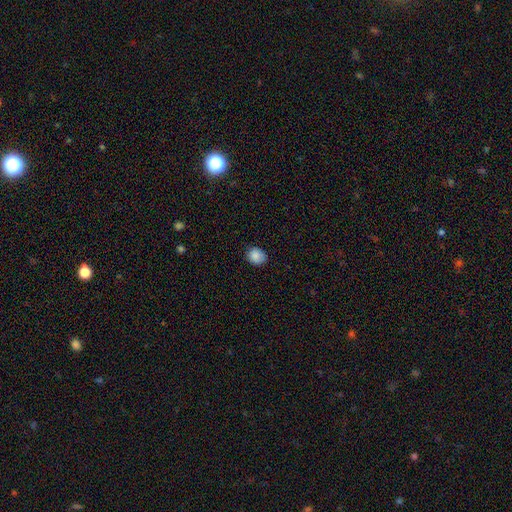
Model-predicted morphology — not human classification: Smooth or featured?
  - smooth: 86% *
  - star or artifact: 9%
  - featured or disk: 5%
How rounded?
  - round: 67% *
  - in between: 32%
  - cigar-shaped: 1%
Merging?
  - none: 79% *
  - minor disturbance: 18%
  - major disturbance: 3%
  - merger: 1%